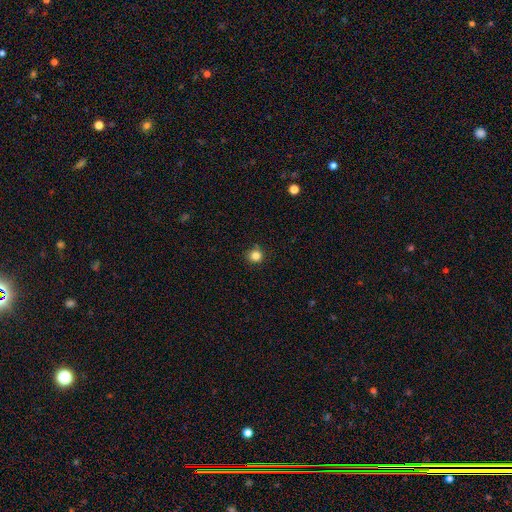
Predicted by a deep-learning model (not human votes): smooth-or-featured: smooth: 83% | star or artifact: 12% | featured or disk: 5%
  how-rounded: round: 93% | in between: 6% | cigar-shaped: 1%
  merging: none: 88% | minor disturbance: 8% | major disturbance: 2% | merger: 2%